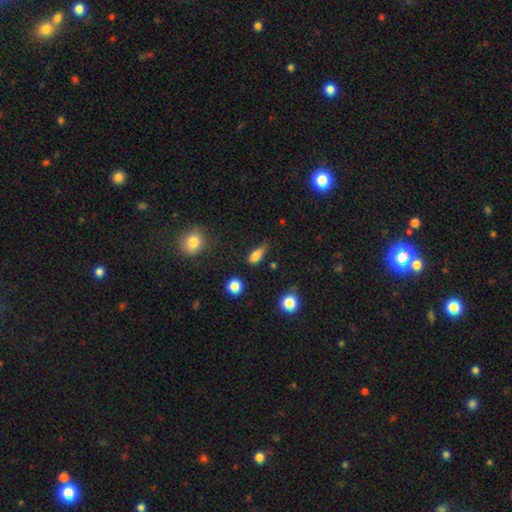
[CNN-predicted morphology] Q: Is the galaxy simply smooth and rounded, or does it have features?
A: smooth — 79%.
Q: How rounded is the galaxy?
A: in between — 75%.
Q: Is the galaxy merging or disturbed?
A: none — 53%.